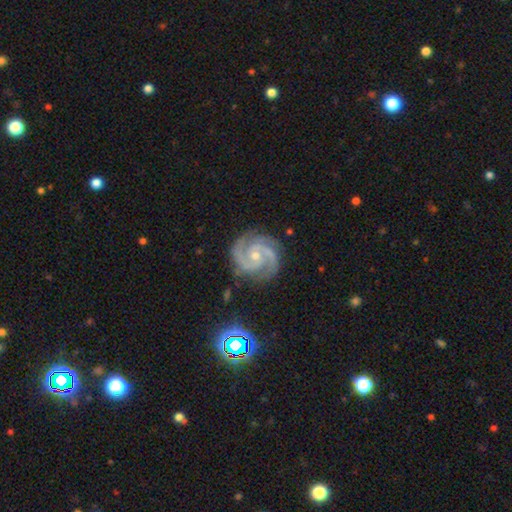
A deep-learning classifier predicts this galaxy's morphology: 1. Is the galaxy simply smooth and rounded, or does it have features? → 93% featured or disk, 5% star or artifact, 2% smooth.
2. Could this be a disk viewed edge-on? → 98% no, 2% yes.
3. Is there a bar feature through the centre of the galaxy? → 63% no, 28% weak, 9% strong.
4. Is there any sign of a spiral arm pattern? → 99% yes, 1% no.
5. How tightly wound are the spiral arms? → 51% tight, 45% medium, 4% loose.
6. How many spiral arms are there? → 65% 2, 25% 3, 3% 4, 3% can't tell, 2% 1, 2% more than 4.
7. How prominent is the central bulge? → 66% small, 31% moderate, 2% none, 1% large, 1% dominant.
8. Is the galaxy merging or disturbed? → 81% none, 14% minor disturbance, 3% major disturbance, 1% merger.